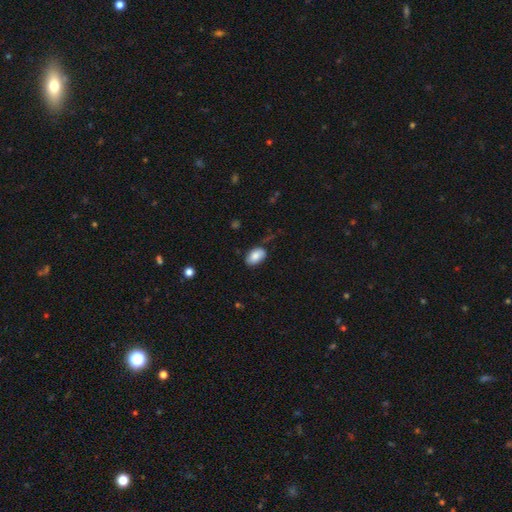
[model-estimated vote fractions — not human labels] Morphology: type=smooth (83%); roundness=in between (92%); merging=none (74%).